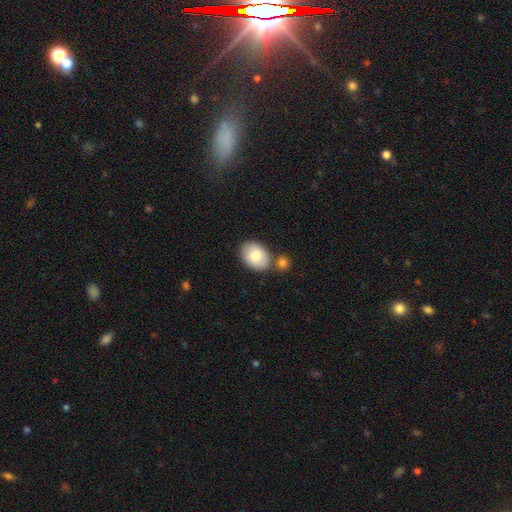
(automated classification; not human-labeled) Q: Smooth or featured?
A: smooth (82%); runner-up: featured or disk (12%)
Q: How rounded?
A: in between (73%); runner-up: round (26%)
Q: Merging?
A: none (66%); runner-up: merger (17%)